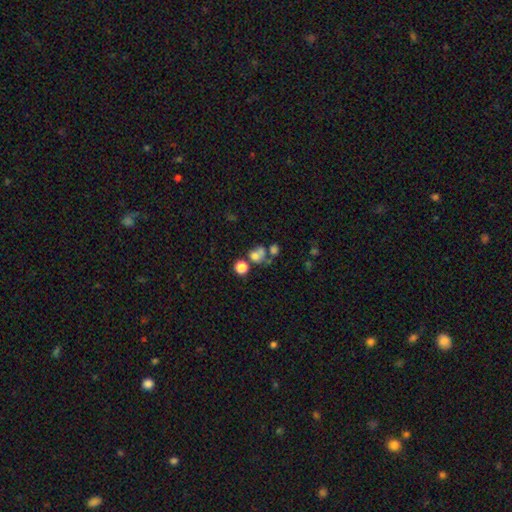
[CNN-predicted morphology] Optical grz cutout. It shows a smooth galaxy with no disk features (64%) that is round (74%). Merging: merger (42%).